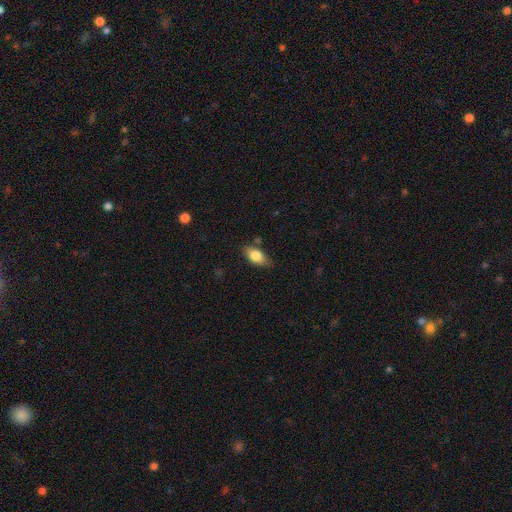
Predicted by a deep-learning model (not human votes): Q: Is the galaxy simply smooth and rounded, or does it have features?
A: smooth — 80%.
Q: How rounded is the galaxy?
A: in between — 89%.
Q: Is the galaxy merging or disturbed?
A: none — 75%.